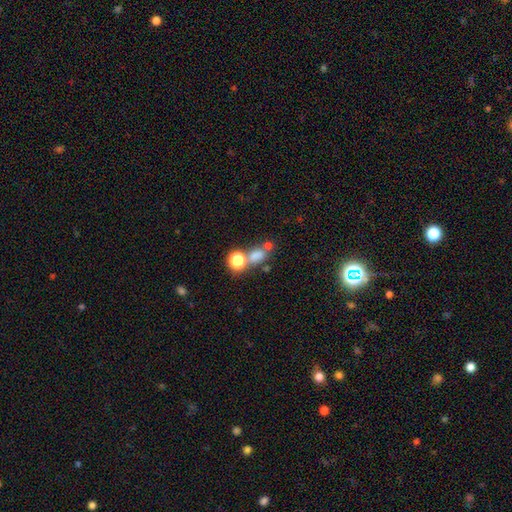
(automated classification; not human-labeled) Smooth or featured?
  - smooth: 66% *
  - star or artifact: 23%
  - featured or disk: 11%
How rounded?
  - in between: 52% *
  - round: 45%
  - cigar-shaped: 3%
Merging?
  - none: 47% *
  - merger: 35%
  - minor disturbance: 10%
  - major disturbance: 7%